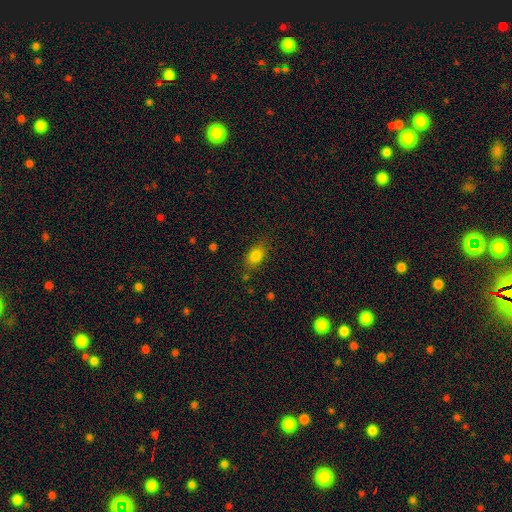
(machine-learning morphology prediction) smooth 82%, star or artifact 11%, featured or disk 7%. Down the decision tree: how rounded — in between (78%); merging — none (79%).